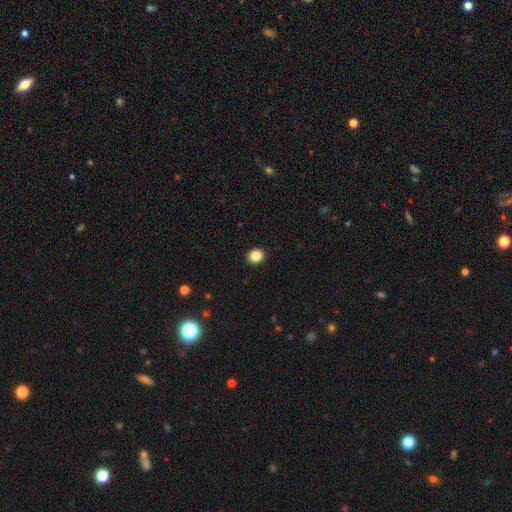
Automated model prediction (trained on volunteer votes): Smooth or featured?
  - smooth: 86% *
  - star or artifact: 10%
  - featured or disk: 4%
How rounded?
  - round: 79% *
  - in between: 20%
  - cigar-shaped: 1%
Merging?
  - none: 93% *
  - minor disturbance: 4%
  - major disturbance: 1%
  - merger: 1%